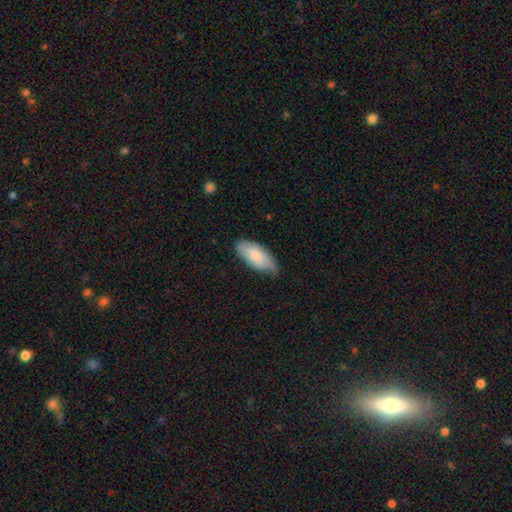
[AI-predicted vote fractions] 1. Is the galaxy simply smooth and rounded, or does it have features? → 75% smooth, 19% featured or disk, 5% star or artifact.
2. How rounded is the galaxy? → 89% in between, 9% cigar-shaped, 2% round.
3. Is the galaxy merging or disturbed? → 67% none, 28% minor disturbance, 4% major disturbance, 1% merger.